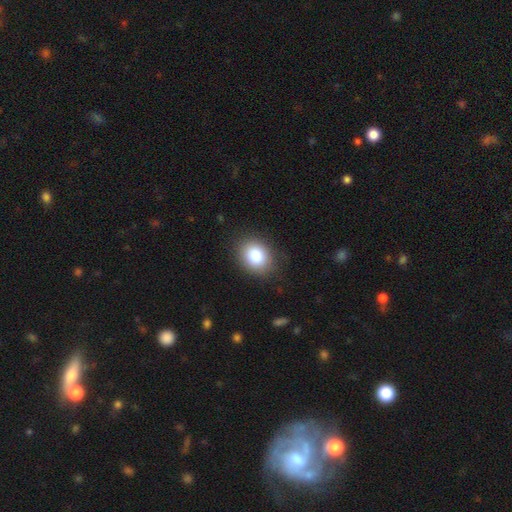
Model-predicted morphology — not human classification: Q: Smooth or featured?
A: smooth (82%); runner-up: star or artifact (9%)
Q: How rounded?
A: round (51%); runner-up: in between (48%)
Q: Merging?
A: none (86%); runner-up: minor disturbance (10%)